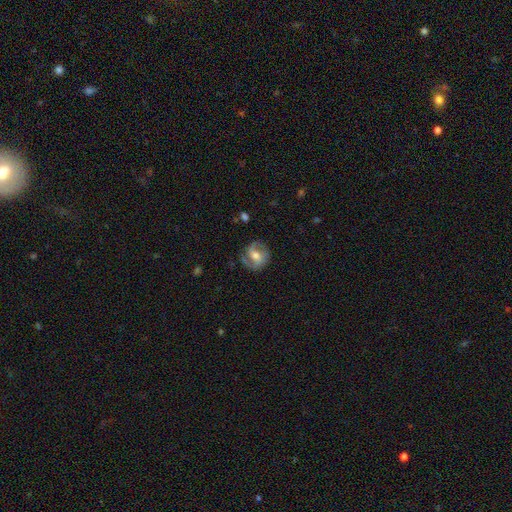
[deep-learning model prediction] Overall: featured or disk (76%). Edge-on disk: no (97%). Bar: weak (45%; no 33%). Spiral arms: yes (92%). Spiral arm count: 2 (82%). Spiral winding: medium (50%; tight 30%). Bulge size: moderate (64%; small 26%). Merging: none (75%).